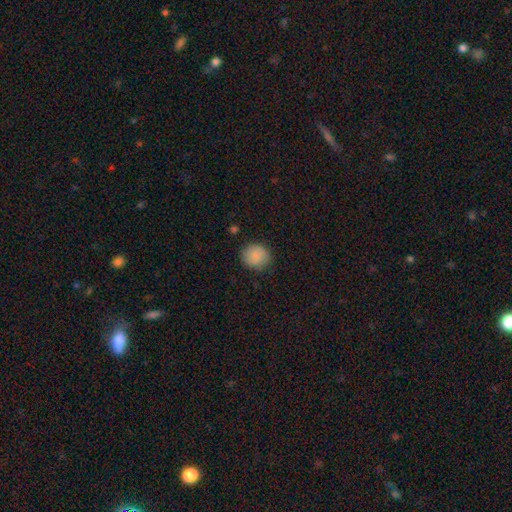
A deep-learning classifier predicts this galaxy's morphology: This appears to be a smooth galaxy with no disk features (88%) that is round (83%). Merging: none (86%).